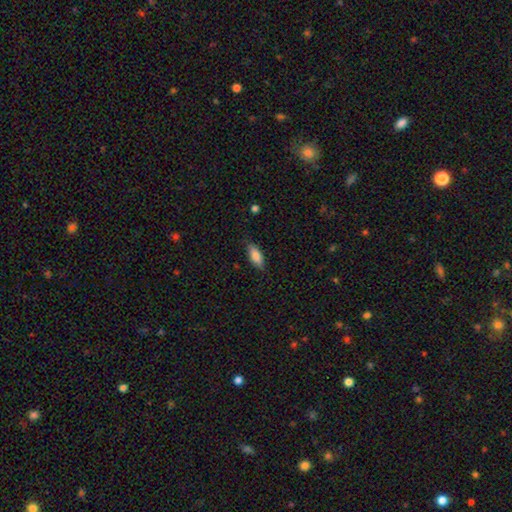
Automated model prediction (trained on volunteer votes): Smooth or featured?
  - smooth: 79% *
  - featured or disk: 14%
  - star or artifact: 6%
How rounded?
  - in between: 77% *
  - cigar-shaped: 21%
  - round: 2%
Merging?
  - none: 81% *
  - minor disturbance: 15%
  - major disturbance: 3%
  - merger: 1%